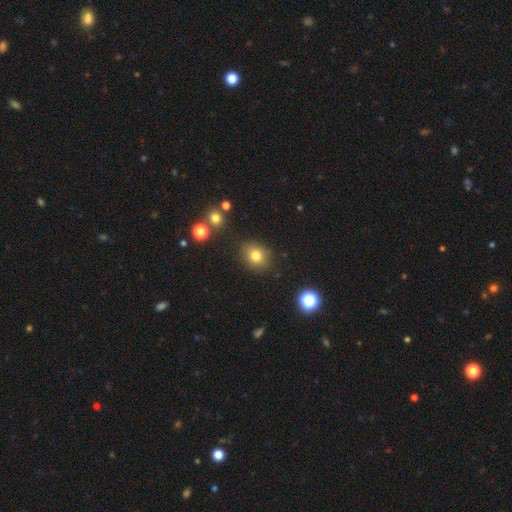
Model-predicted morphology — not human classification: smooth-or-featured: smooth: 79% | star or artifact: 13% | featured or disk: 8%
  how-rounded: round: 67% | in between: 32% | cigar-shaped: 1%
  merging: none: 84% | minor disturbance: 10% | major disturbance: 3% | merger: 3%